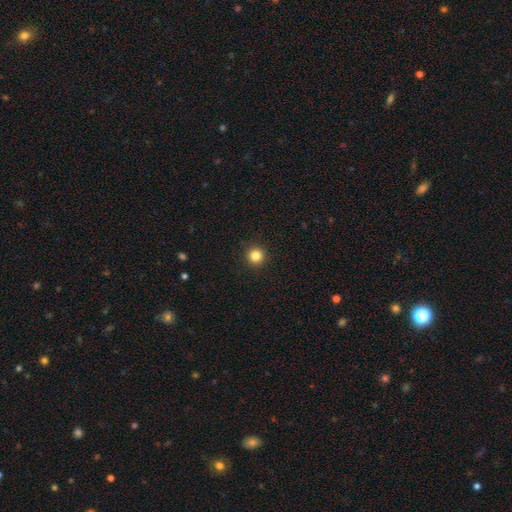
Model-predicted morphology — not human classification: Overall: smooth (83%). How rounded: round (96%). Merging: none (93%).